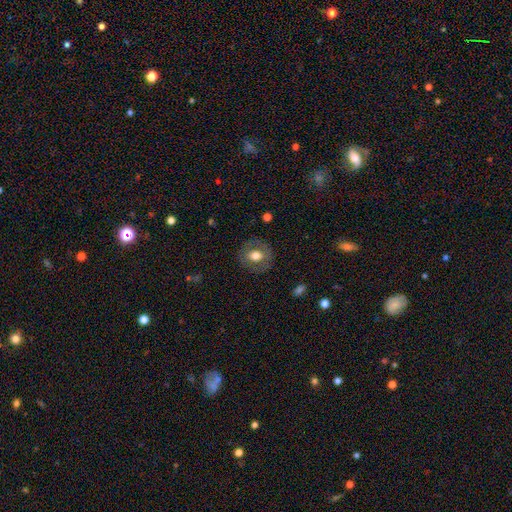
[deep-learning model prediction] The model was most divided on "smooth or featured": smooth: 60%, featured or disk: 32%, star or artifact: 8%. More confident: merging — none (84%); how rounded — round (77%).